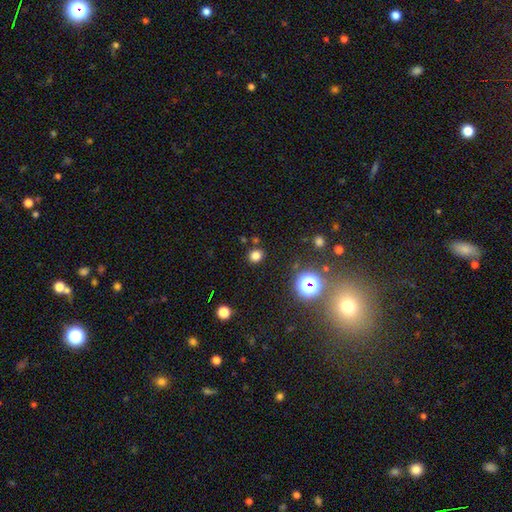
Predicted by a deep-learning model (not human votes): Smooth or featured?
  - smooth: 77% *
  - star or artifact: 19%
  - featured or disk: 5%
How rounded?
  - round: 76% *
  - in between: 23%
  - cigar-shaped: 1%
Merging?
  - none: 87% *
  - minor disturbance: 8%
  - merger: 3%
  - major disturbance: 3%